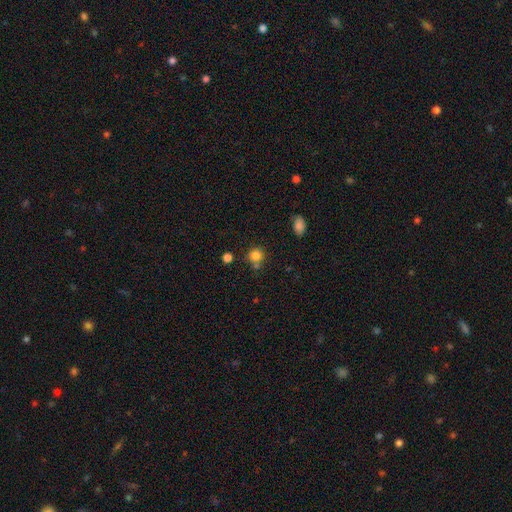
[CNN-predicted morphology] Smooth or featured: smooth — 82% (star or artifact — 12%)
How rounded: round — 85% (in between — 13%)
Merging: none — 64% (merger — 19%)